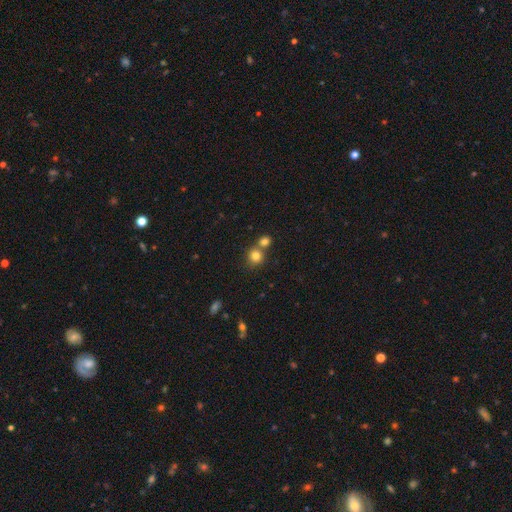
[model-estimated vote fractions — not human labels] The model was most divided on "merging": none: 53%, merger: 38%, minor disturbance: 7%, major disturbance: 2%. More confident: how rounded — round (86%); smooth or featured — smooth (81%).